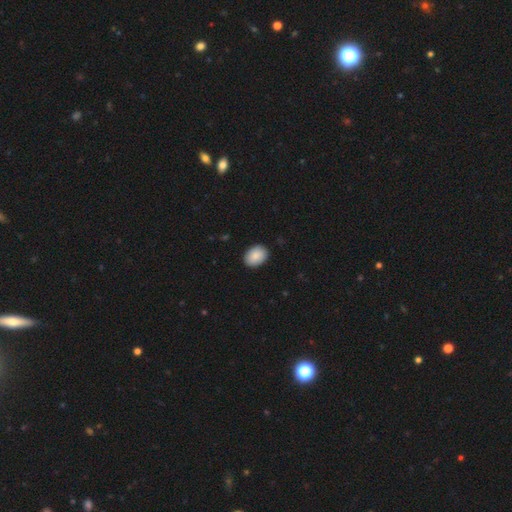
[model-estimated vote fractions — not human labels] This appears to be a smooth galaxy with no disk features (88%) that is in between round and cigar-shaped (76%). Merging: none (90%).